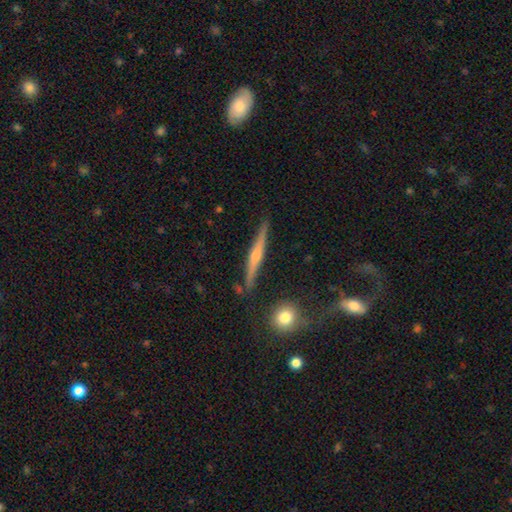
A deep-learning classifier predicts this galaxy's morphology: This is likely a featured or disk galaxy (70%). It is clearly viewed edge-on (97%). Edge-on bulge: likely rounded (79%). Merging: clearly none (87%).